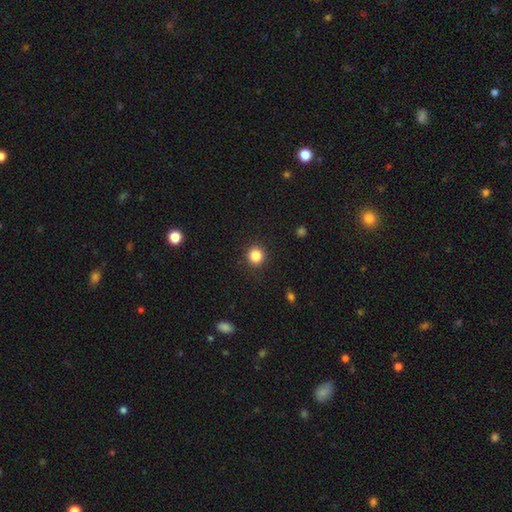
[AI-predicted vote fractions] This is clearly a smooth galaxy (85%). How rounded: clearly round (91%). Merging: clearly none (90%).